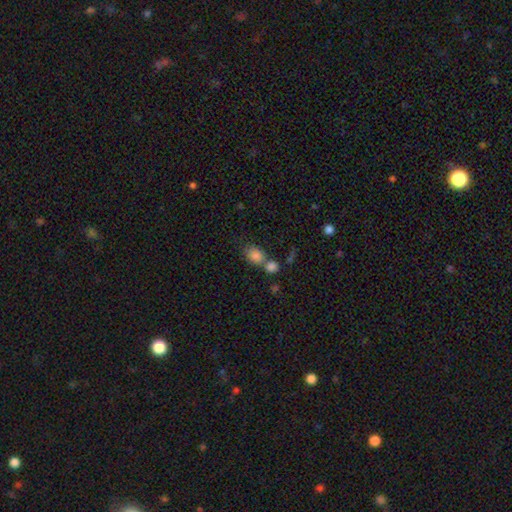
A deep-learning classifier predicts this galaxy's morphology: Q: Smooth or featured?
A: smooth (83%); runner-up: star or artifact (10%)
Q: How rounded?
A: in between (64%); runner-up: round (34%)
Q: Merging?
A: merger (43%); runner-up: none (42%)